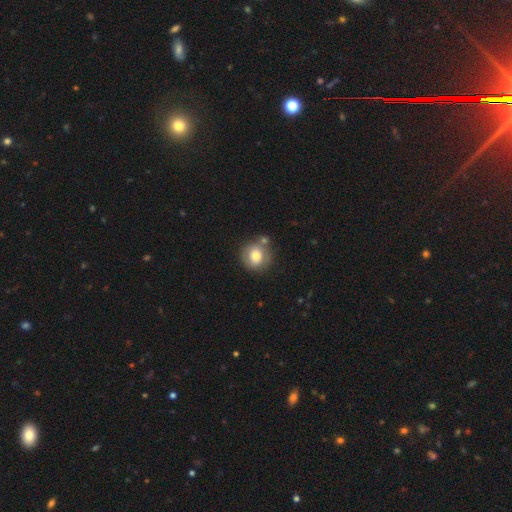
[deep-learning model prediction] This is likely a smooth galaxy (72%). How rounded: clearly round (87%). Merging: likely none (69%).